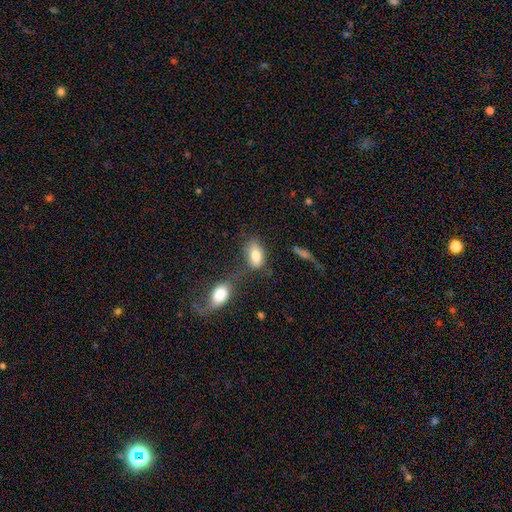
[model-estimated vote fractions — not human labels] Smooth or featured? smooth (81%)
How rounded? in between (89%)
Merging? none (47%)